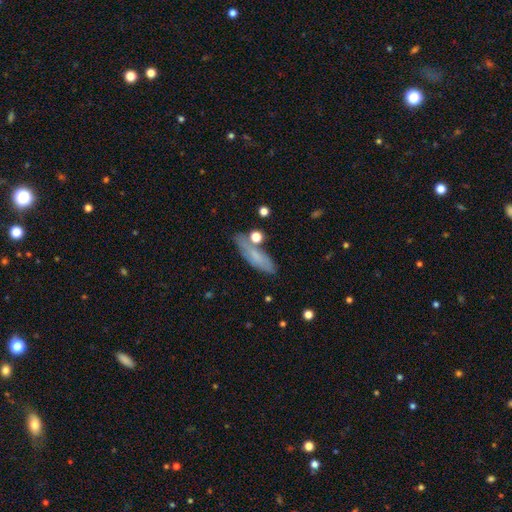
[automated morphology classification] smooth 63%, featured or disk 28%, star or artifact 9%. Down the decision tree: how rounded — cigar-shaped (52%); merging — none (66%).